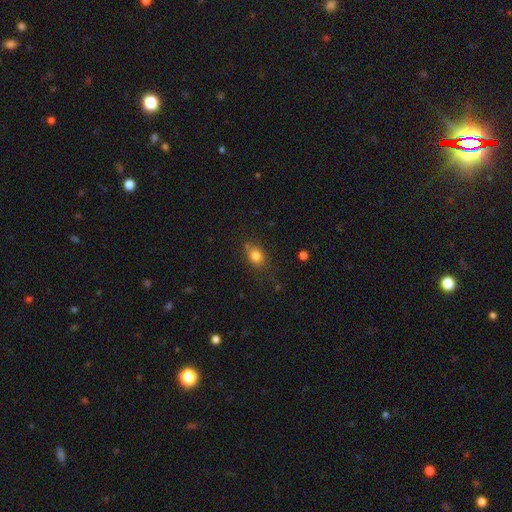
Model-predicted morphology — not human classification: Smooth or featured?
  - smooth: 80% *
  - star or artifact: 12%
  - featured or disk: 8%
How rounded?
  - round: 50% *
  - in between: 48%
  - cigar-shaped: 2%
Merging?
  - none: 72% *
  - minor disturbance: 18%
  - major disturbance: 5%
  - merger: 5%